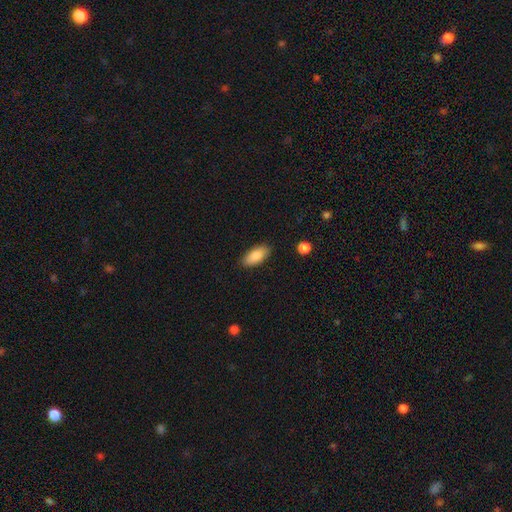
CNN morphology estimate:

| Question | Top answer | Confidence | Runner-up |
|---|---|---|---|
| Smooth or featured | smooth | 87% | featured or disk (7%) |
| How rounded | in between | 88% | cigar-shaped (9%) |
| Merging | none | 86% | minor disturbance (10%) |